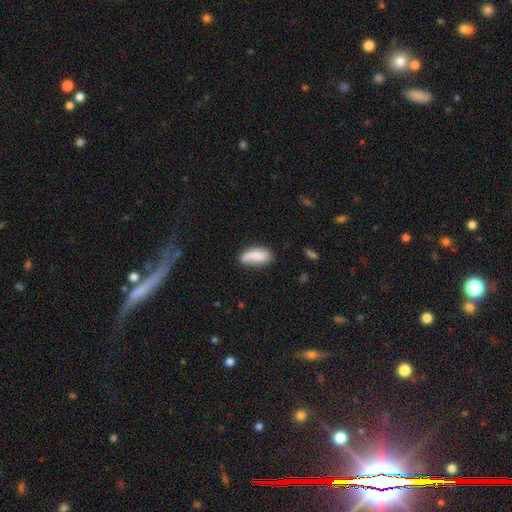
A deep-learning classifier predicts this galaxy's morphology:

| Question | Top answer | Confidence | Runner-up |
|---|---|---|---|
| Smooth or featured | smooth | 78% | featured or disk (15%) |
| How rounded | in between | 84% | cigar-shaped (14%) |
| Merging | none | 57% | minor disturbance (28%) |